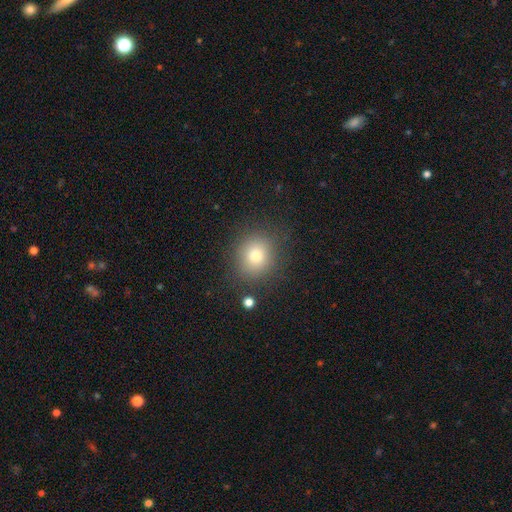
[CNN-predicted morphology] The model was most divided on "smooth or featured": smooth: 76%, star or artifact: 14%, featured or disk: 10%. More confident: merging — none (85%); how rounded — round (82%).